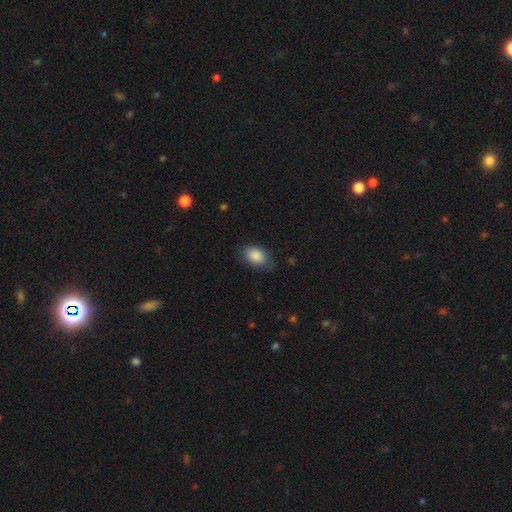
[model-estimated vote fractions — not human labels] Smooth or featured? Predicted: smooth (p=0.87). How rounded? Predicted: in between (p=0.85). Merging? Predicted: none (p=0.75).